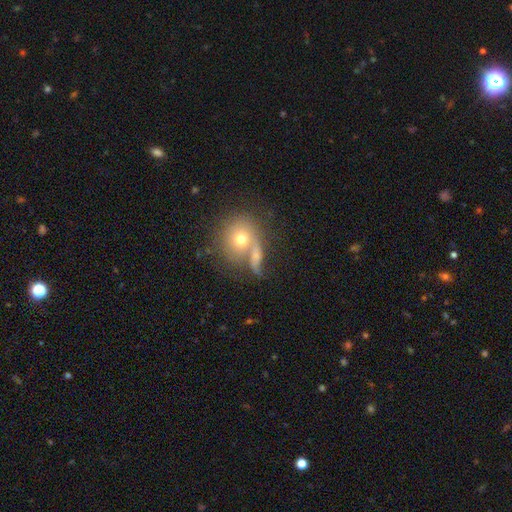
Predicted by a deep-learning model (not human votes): Overall: smooth (54%; featured or disk 33%). How rounded: round (52%; in between 38%). Merging: merger (40%; none 35%).